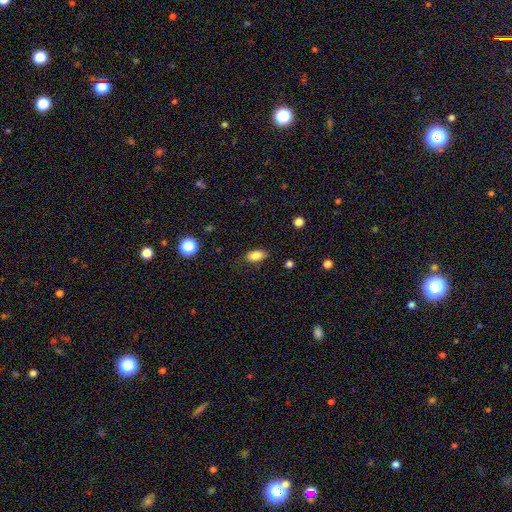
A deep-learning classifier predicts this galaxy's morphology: Overall: smooth (84%). How rounded: in between (89%). Merging: none (81%).